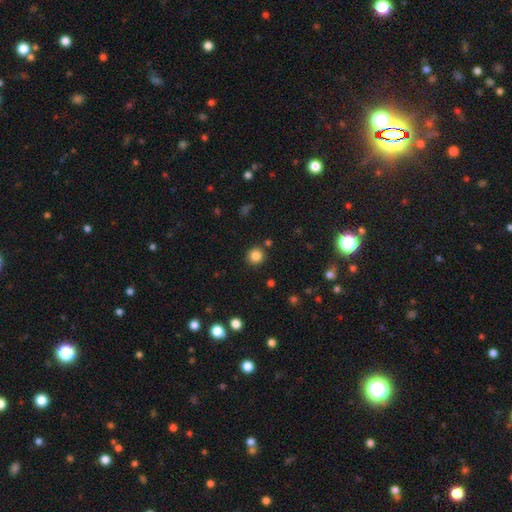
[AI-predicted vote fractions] Smooth or featured: smooth — 84% (star or artifact — 12%)
How rounded: round — 93% (in between — 6%)
Merging: none — 88% (minor disturbance — 7%)